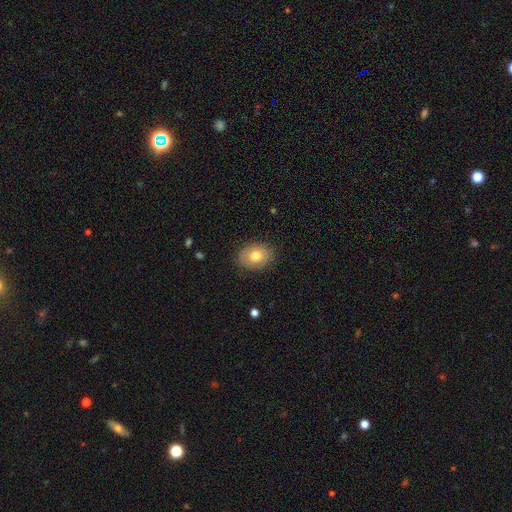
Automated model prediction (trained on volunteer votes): smooth-or-featured: smooth: 74% | featured or disk: 18% | star or artifact: 9%
  how-rounded: in between: 65% | round: 34% | cigar-shaped: 1%
  merging: none: 86% | minor disturbance: 11% | major disturbance: 3% | merger: 1%